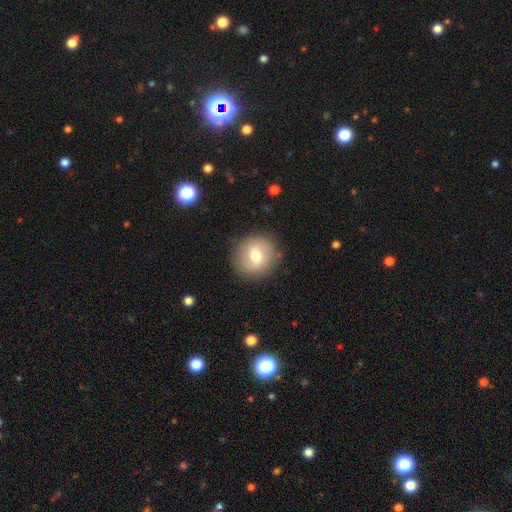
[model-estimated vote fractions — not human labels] This appears to be a smooth galaxy with no disk features (67%) that is round (91%). Merging: none (88%).